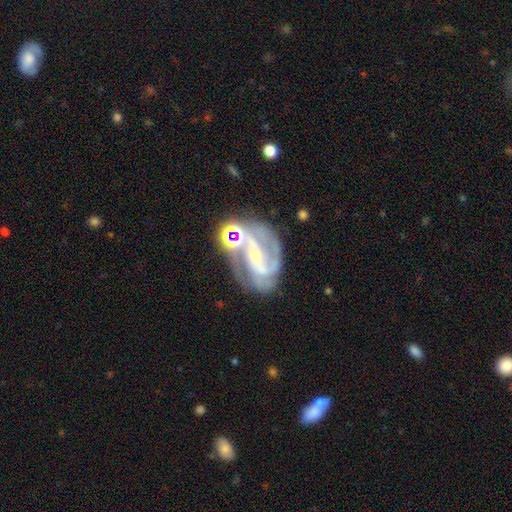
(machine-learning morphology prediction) smooth-or-featured: featured or disk: 87% | star or artifact: 8% | smooth: 5%
  disk-edge-on: no: 97% | yes: 3%
    bar: strong: 43% | weak: 31% | no: 26%
    has-spiral-arms: yes: 96% | no: 4%
      spiral-winding: medium: 51% | tight: 29% | loose: 20%
      spiral-arm-count: 2: 62% | 3: 19% | can't tell: 9% | 4: 4% | 1: 3% | more than 4: 3%
    bulge-size: small: 68% | moderate: 28% | none: 2% | large: 2% | dominant: 1%
  merging: none: 59% | minor disturbance: 19% | major disturbance: 12% | merger: 10%